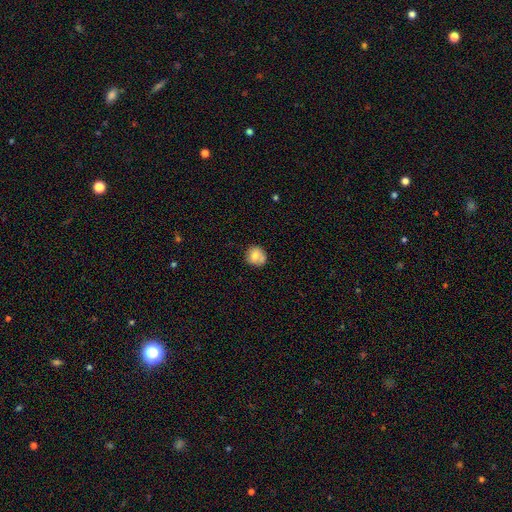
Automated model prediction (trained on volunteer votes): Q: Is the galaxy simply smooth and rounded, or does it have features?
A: smooth — 72%.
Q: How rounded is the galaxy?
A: round — 83%.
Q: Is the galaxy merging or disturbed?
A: none — 63%.